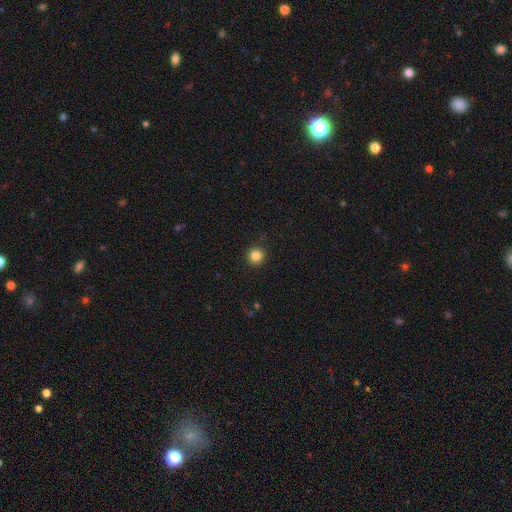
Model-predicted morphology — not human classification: This is clearly a smooth galaxy (84%). How rounded: clearly round (95%). Merging: clearly none (92%).